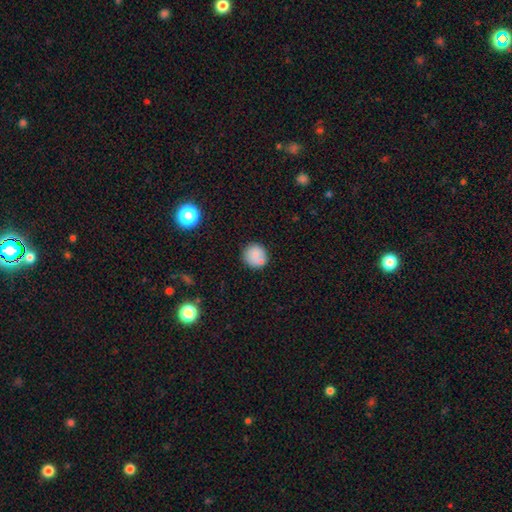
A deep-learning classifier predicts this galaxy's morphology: smooth_or_featured: smooth (p=0.80) [alt: featured or disk p=0.11]
how_rounded: round (p=0.92) [alt: in between p=0.07]
merging: none (p=0.75) [alt: minor disturbance p=0.12]